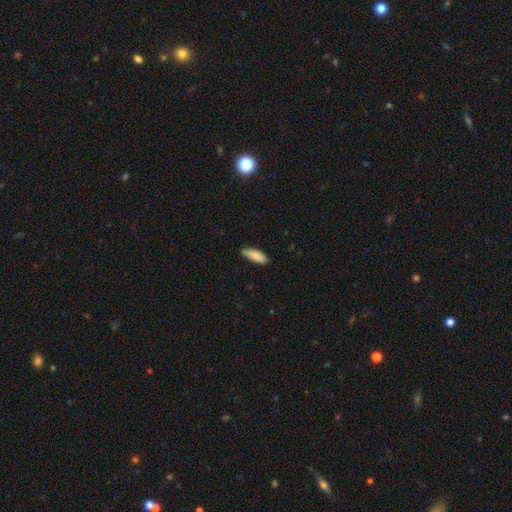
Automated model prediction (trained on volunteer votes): smooth-or-featured: smooth: 86% | featured or disk: 8% | star or artifact: 6%
  how-rounded: in between: 76% | cigar-shaped: 22% | round: 2%
  merging: none: 81% | minor disturbance: 16% | major disturbance: 2% | merger: 1%